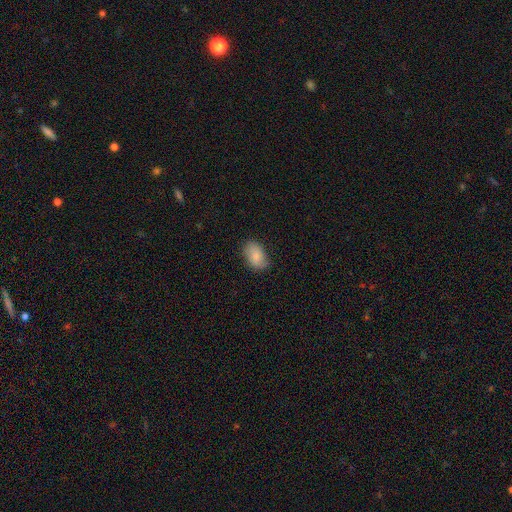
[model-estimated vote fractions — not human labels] Overall: smooth (84%). How rounded: in between (89%). Merging: none (78%).